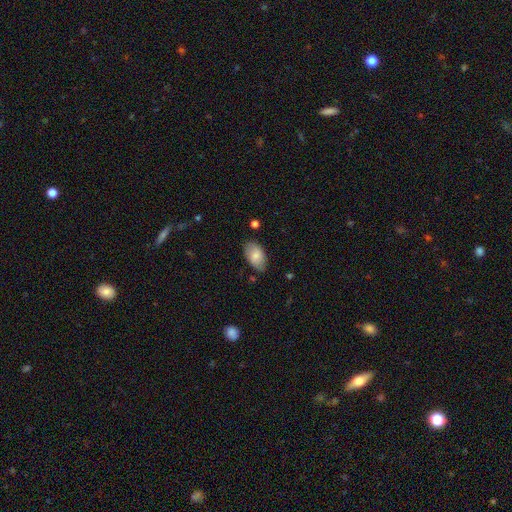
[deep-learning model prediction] Smooth or featured? smooth (80%)
How rounded? in between (94%)
Merging? none (78%)